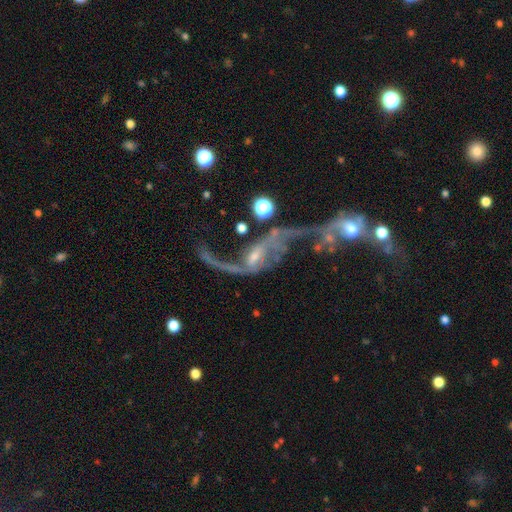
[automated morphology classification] The model was most divided on "bar": weak: 42%, no: 37%, strong: 21%. Remaining: edge-on disk — no (93%); spiral winding — loose (90%); spiral arms — yes (85%); spiral arm count — 2 (83%); smooth or featured — featured or disk (82%); bulge size — small (51%); merging — merger (42%).